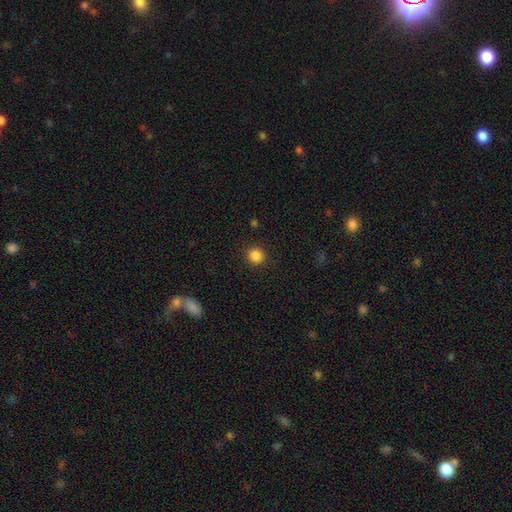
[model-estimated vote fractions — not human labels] The model was most divided on "smooth or featured": smooth: 86%, star or artifact: 11%, featured or disk: 3%. More confident: how rounded — round (92%); merging — none (91%).